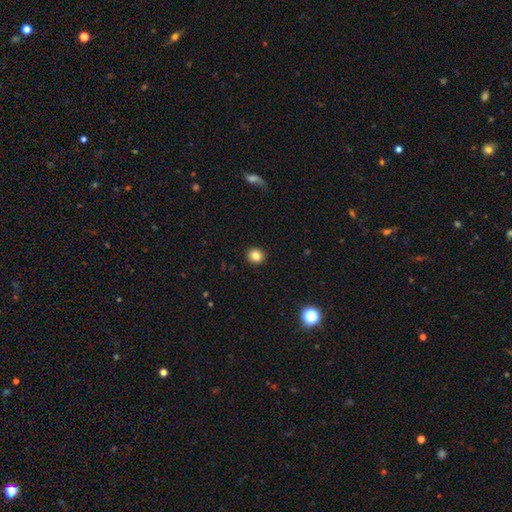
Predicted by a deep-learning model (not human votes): This appears to be a smooth galaxy with no disk features (84%) that is round (85%). Merging: none (92%).